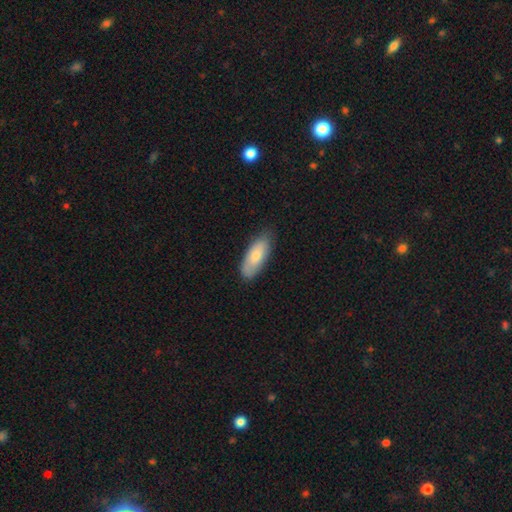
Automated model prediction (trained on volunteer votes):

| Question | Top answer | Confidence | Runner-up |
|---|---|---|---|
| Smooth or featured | smooth | 76% | featured or disk (18%) |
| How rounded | in between | 79% | cigar-shaped (19%) |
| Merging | none | 78% | minor disturbance (18%) |